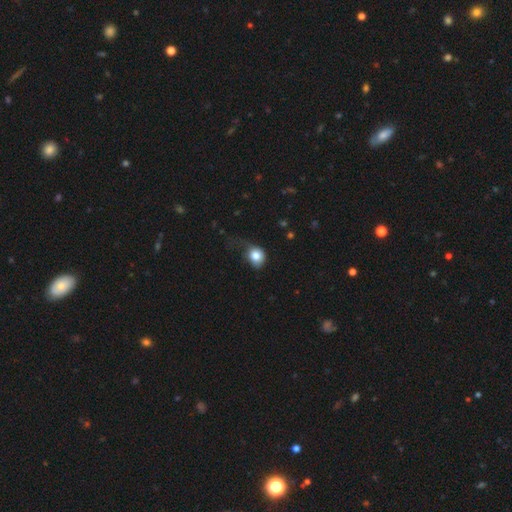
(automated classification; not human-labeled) smooth 79%, featured or disk 12%, star or artifact 9%. Down the decision tree: how rounded — round (66%); merging — none (33%, tied with minor disturbance).